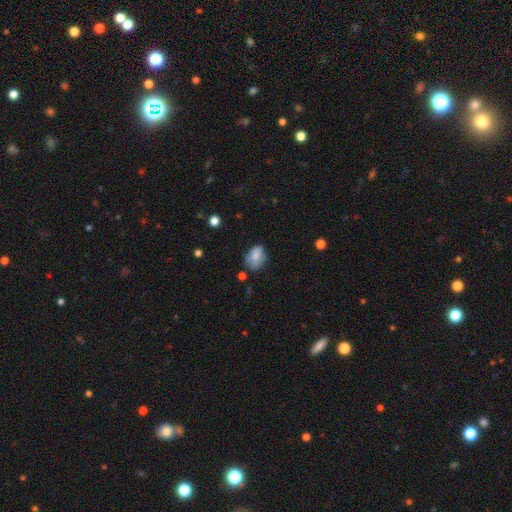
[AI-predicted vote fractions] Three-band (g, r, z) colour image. It shows a smooth galaxy with no disk features (77%) that is in between round and cigar-shaped (79%). Merging: none (52%).